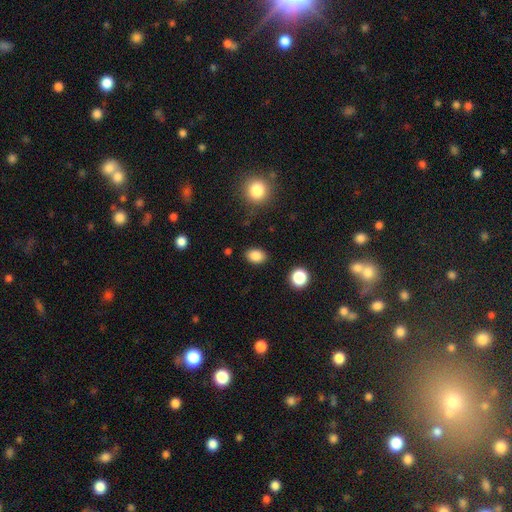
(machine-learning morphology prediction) smooth 86%, star or artifact 10%, featured or disk 4%. Down the decision tree: how rounded — in between (76%); merging — none (86%).